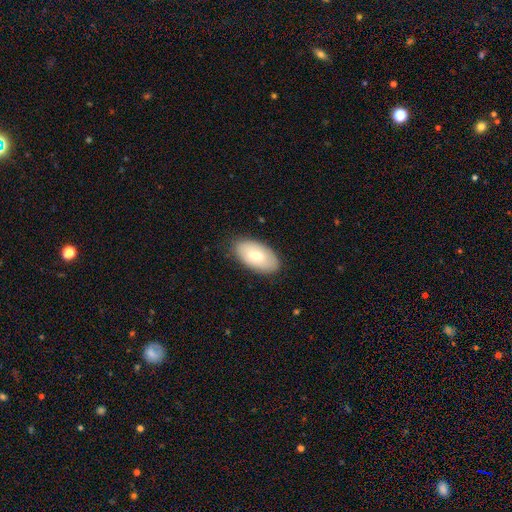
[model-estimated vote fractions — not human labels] A smooth galaxy with no disk features (69%) that is in between round and cigar-shaped (94%). Merging: none (83%).